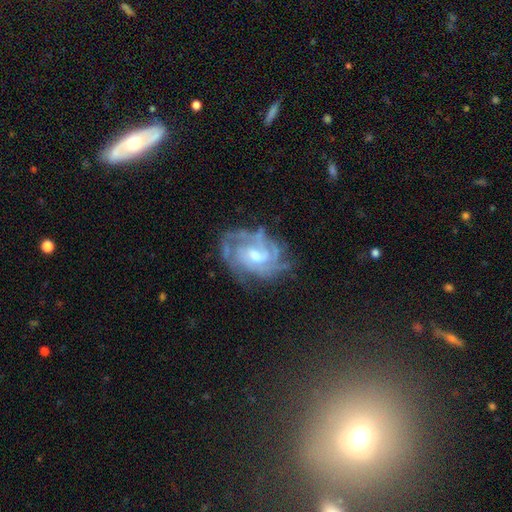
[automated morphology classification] This is clearly a featured or disk galaxy (85%). It is clearly not viewed edge-on (97%). Bar: possibly no (50%). Spiral arm pattern: clearly yes (93%). Spiral arm count: marginally can't tell (38%). Spiral winding: likely tight (62%). Central bulge: likely moderate (61%). Merging: likely none (65%).